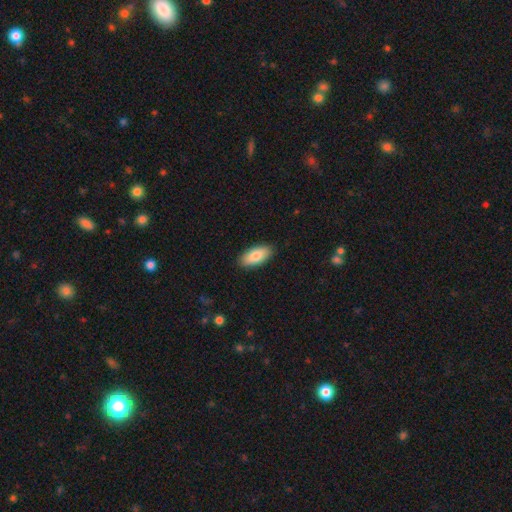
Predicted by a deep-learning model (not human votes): Smooth or featured? smooth (84%)
How rounded? in between (90%)
Merging? none (89%)